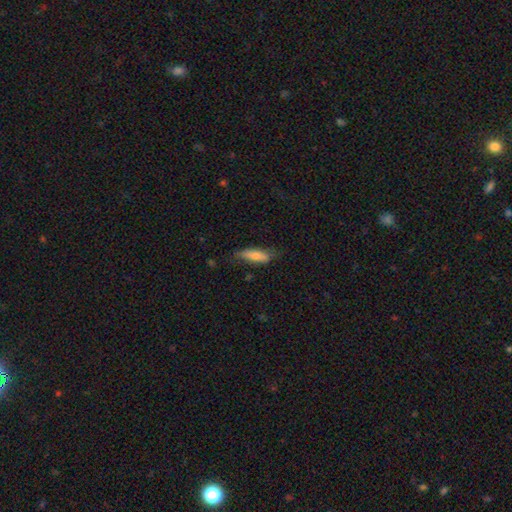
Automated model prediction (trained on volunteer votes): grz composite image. It shows a smooth galaxy with no disk features (71%) that is cigar-shaped (54%). Merging: none (66%).